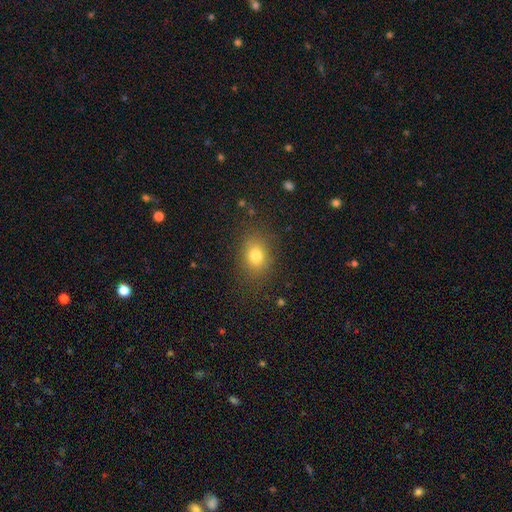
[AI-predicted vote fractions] This is likely a smooth galaxy (78%). How rounded: possibly in between (54%). Merging: clearly none (82%).